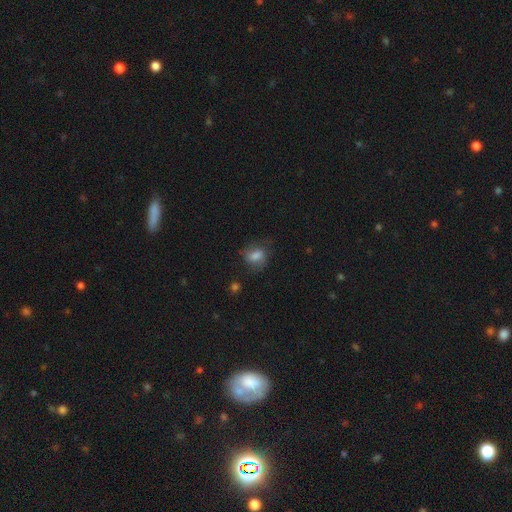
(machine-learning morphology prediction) A smooth galaxy with no disk features (73%) that is in between round and cigar-shaped (62%).

Vote fractions:
- Smooth or featured? smooth: 73% / featured or disk: 16% / star or artifact: 11%
- How rounded? in between: 62% / round: 37% / cigar-shaped: 2%
- Merging? none: 57% / minor disturbance: 27% / major disturbance: 14% / merger: 2%